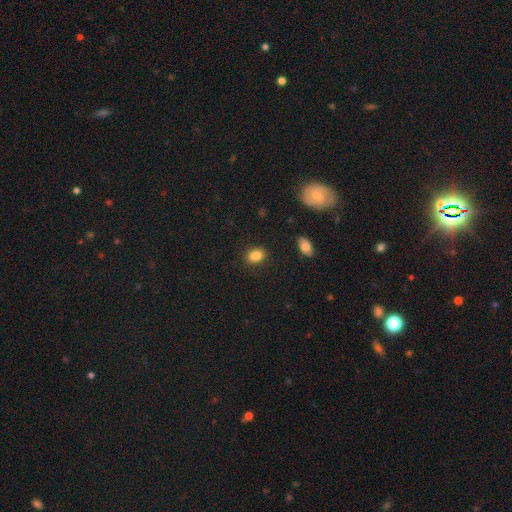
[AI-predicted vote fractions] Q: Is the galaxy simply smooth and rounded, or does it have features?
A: smooth — 85%.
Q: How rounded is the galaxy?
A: in between — 71%.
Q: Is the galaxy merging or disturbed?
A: none — 87%.